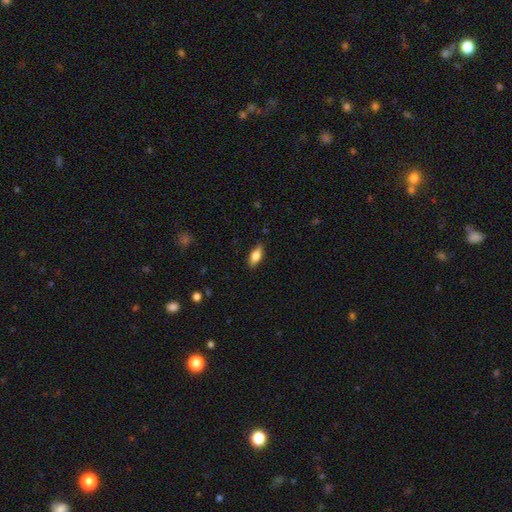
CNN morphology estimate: smooth-or-featured: smooth: 74% | featured or disk: 20% | star or artifact: 7%
  how-rounded: in between: 76% | cigar-shaped: 21% | round: 3%
  merging: none: 86% | minor disturbance: 11% | major disturbance: 2% | merger: 1%